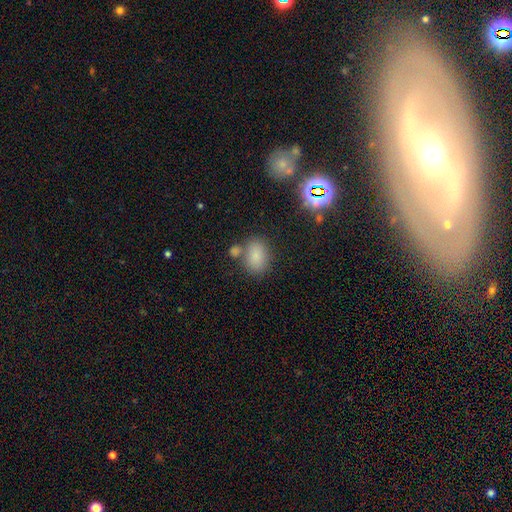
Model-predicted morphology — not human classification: Overall: smooth (78%). How rounded: in between (77%). Merging: none (65%).